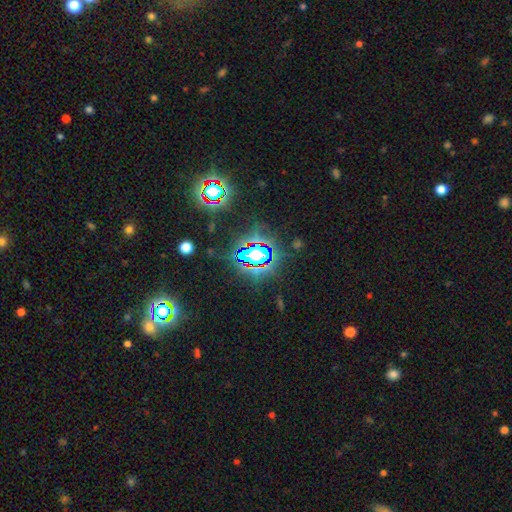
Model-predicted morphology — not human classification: A star or artifact, not a galaxy (69%).